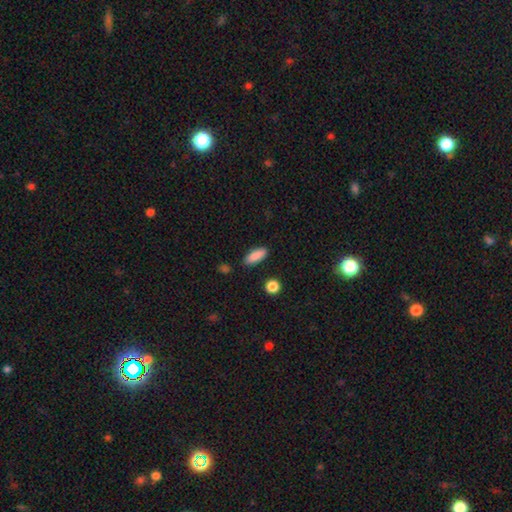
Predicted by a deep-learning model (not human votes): Q: Smooth or featured?
A: smooth (88%); runner-up: star or artifact (7%)
Q: How rounded?
A: in between (63%); runner-up: cigar-shaped (34%)
Q: Merging?
A: none (86%); runner-up: minor disturbance (9%)